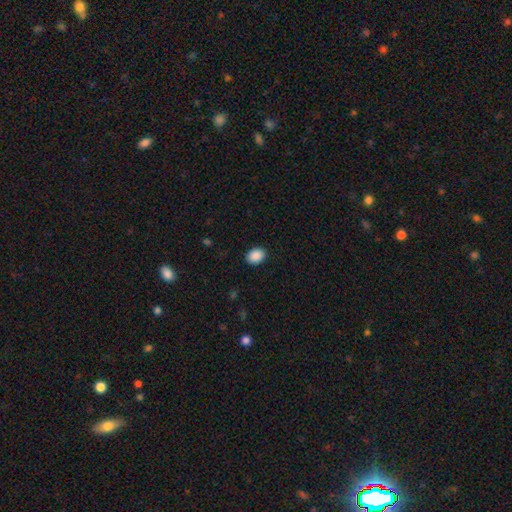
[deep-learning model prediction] smooth-or-featured: smooth: 90% | star or artifact: 8% | featured or disk: 2%
  how-rounded: in between: 73% | round: 26% | cigar-shaped: 1%
  merging: none: 90% | minor disturbance: 7% | major disturbance: 2% | merger: 1%